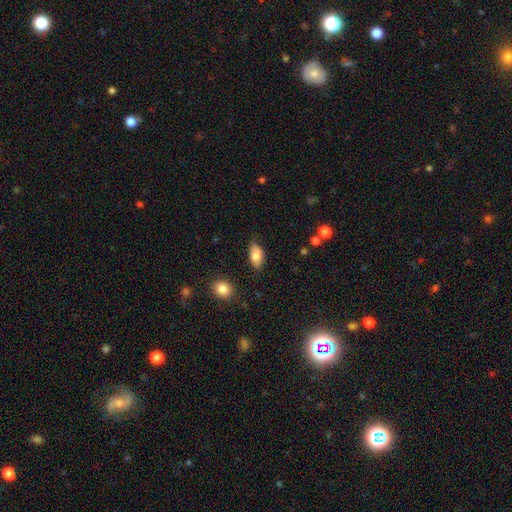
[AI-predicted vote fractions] Smooth or featured?
  - smooth: 75% *
  - featured or disk: 18%
  - star or artifact: 7%
How rounded?
  - in between: 90% *
  - cigar-shaped: 6%
  - round: 4%
Merging?
  - none: 75% *
  - minor disturbance: 19%
  - major disturbance: 4%
  - merger: 2%